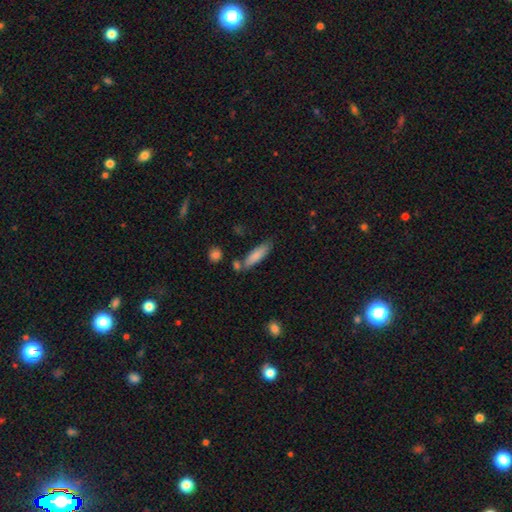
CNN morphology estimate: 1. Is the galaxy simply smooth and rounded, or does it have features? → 82% smooth, 12% featured or disk, 6% star or artifact.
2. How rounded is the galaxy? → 60% cigar-shaped, 38% in between, 2% round.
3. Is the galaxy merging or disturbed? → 71% none, 16% minor disturbance, 10% merger, 4% major disturbance.